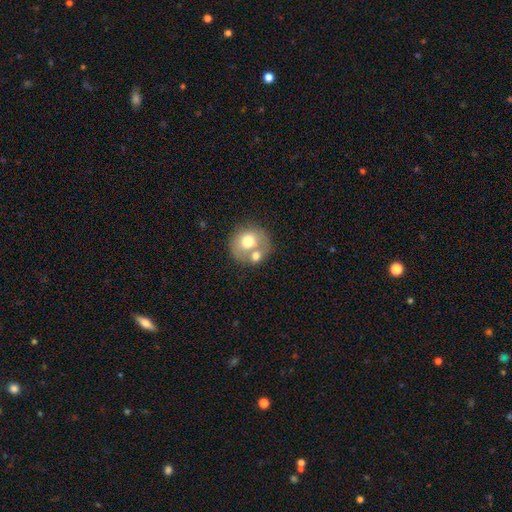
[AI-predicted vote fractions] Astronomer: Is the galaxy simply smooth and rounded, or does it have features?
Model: smooth — 64%.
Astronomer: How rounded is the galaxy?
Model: round — 77%.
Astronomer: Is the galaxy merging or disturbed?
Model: merger — 42% (runner-up: none, 41%).